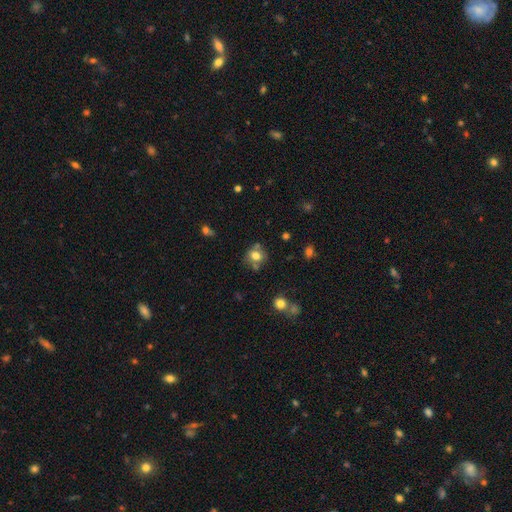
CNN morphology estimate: This is likely a smooth galaxy (74%). How rounded: likely round (77%). Merging: likely none (66%).